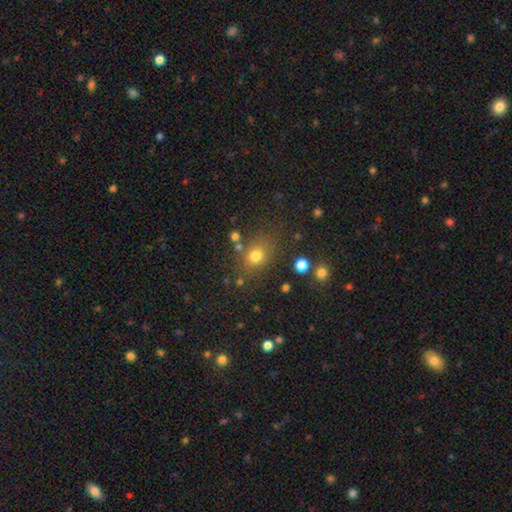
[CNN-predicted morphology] smooth 75%, star or artifact 16%, featured or disk 9%. Down the decision tree: how rounded — round (63%); merging — none (75%).